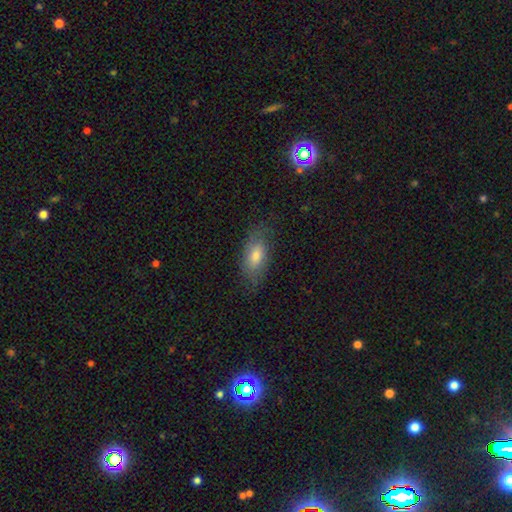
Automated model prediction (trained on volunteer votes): The model was most divided on "smooth or featured": smooth: 66%, featured or disk: 25%, star or artifact: 8%. More confident: how rounded — in between (85%); merging — none (72%).